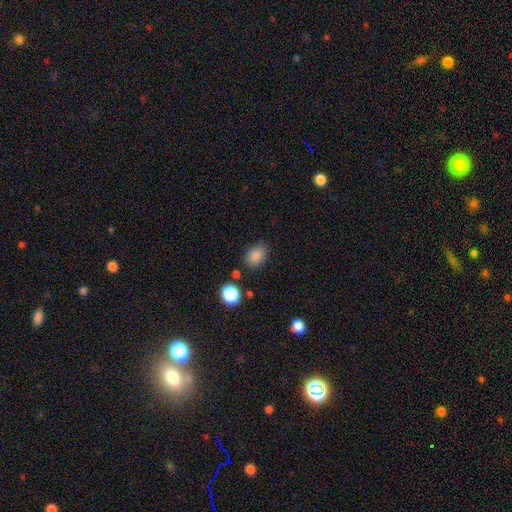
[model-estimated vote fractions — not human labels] This is clearly a smooth galaxy (84%). How rounded: likely in between (68%). Merging: likely none (76%).